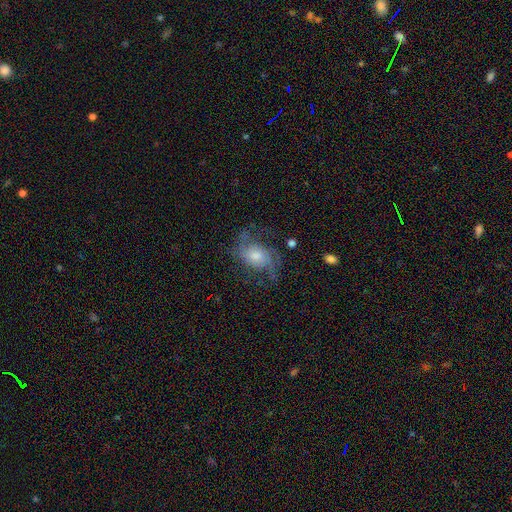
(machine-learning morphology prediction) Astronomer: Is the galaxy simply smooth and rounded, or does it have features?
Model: featured or disk — 76%.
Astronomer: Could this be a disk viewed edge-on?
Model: no — 97%.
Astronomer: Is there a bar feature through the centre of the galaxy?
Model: no — 66%.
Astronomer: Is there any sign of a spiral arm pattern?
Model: yes — 91%.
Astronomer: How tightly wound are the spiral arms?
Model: medium — 46% (runner-up: loose, 32%).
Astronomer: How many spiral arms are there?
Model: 2 — 52%.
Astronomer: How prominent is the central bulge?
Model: moderate — 49% (runner-up: small, 29%).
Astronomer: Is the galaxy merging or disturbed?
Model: none — 59%.